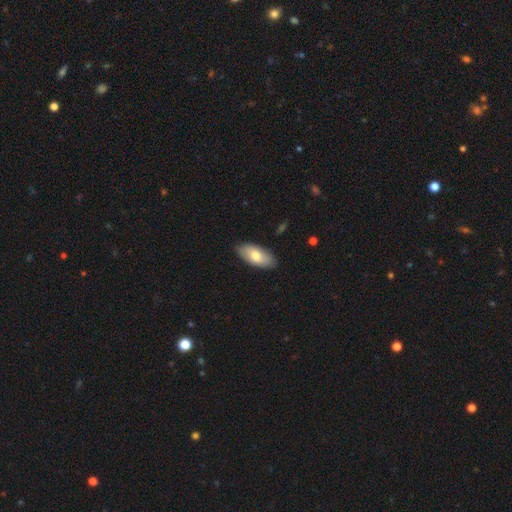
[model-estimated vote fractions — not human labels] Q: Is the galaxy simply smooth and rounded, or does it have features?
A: smooth — 70%.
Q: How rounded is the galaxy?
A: in between — 91%.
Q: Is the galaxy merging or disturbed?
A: none — 87%.